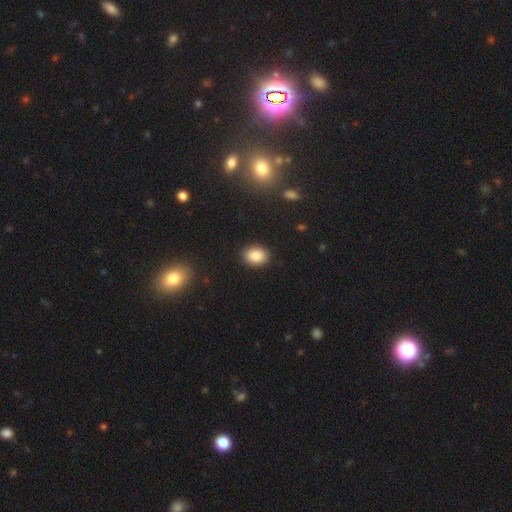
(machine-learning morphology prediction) Overall: smooth (86%). How rounded: in between (64%; round 35%). Merging: none (90%).